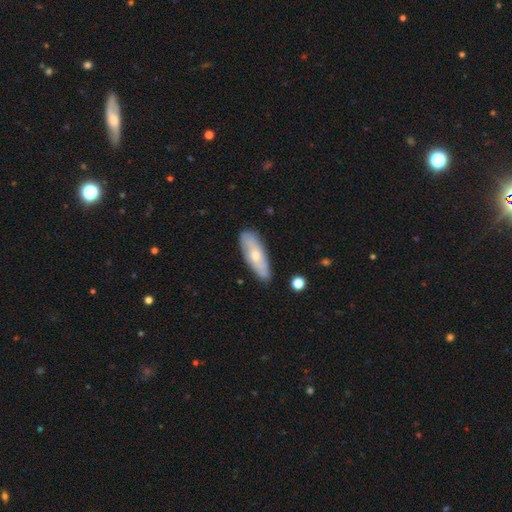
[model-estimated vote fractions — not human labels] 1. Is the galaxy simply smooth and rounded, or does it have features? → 53% smooth, 41% featured or disk, 6% star or artifact.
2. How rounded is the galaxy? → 58% in between, 40% cigar-shaped, 2% round.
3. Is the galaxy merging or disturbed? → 80% none, 15% minor disturbance, 3% major disturbance, 2% merger.